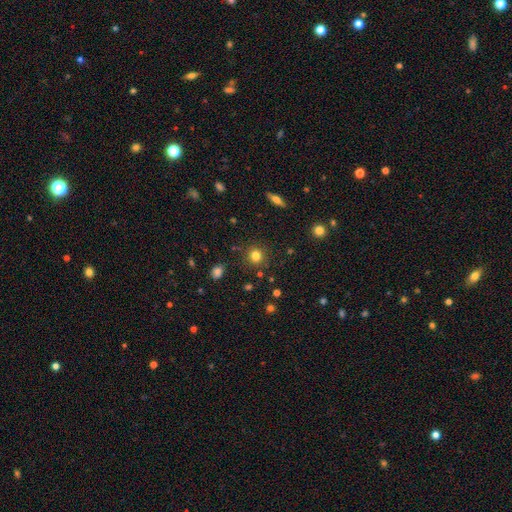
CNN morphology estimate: Smooth or featured? Predicted: smooth (p=0.79). How rounded? Predicted: round (p=0.90). Merging? Predicted: none (p=0.87).